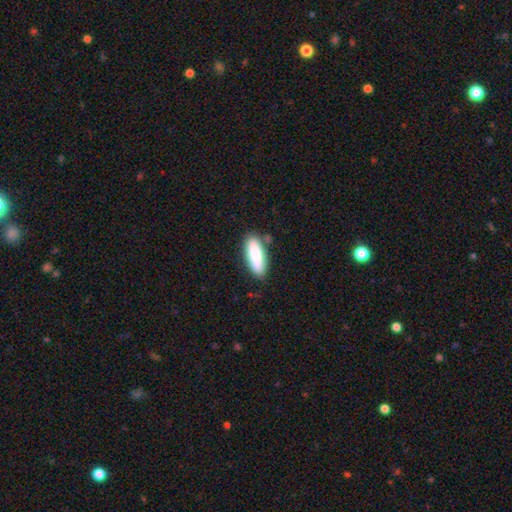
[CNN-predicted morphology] Q: Smooth or featured?
A: smooth (84%); runner-up: featured or disk (10%)
Q: How rounded?
A: in between (61%); runner-up: cigar-shaped (37%)
Q: Merging?
A: none (79%); runner-up: minor disturbance (14%)